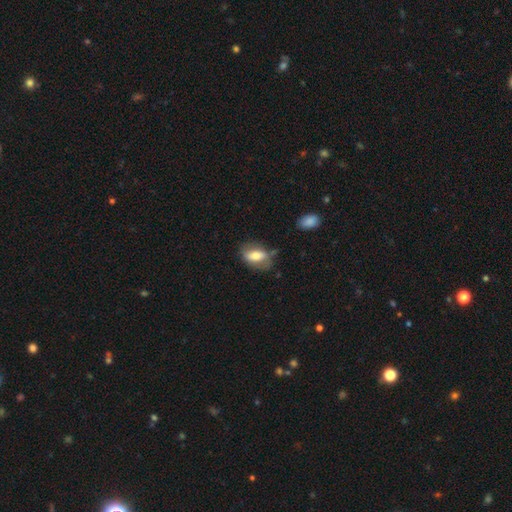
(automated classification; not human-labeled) A smooth galaxy with no disk features (61%) that is in between round and cigar-shaped (85%).

Vote fractions:
- Smooth or featured? smooth: 61% / featured or disk: 31% / star or artifact: 7%
- How rounded? in between: 85% / round: 10% / cigar-shaped: 5%
- Merging? none: 59% / minor disturbance: 25% / major disturbance: 10% / merger: 5%